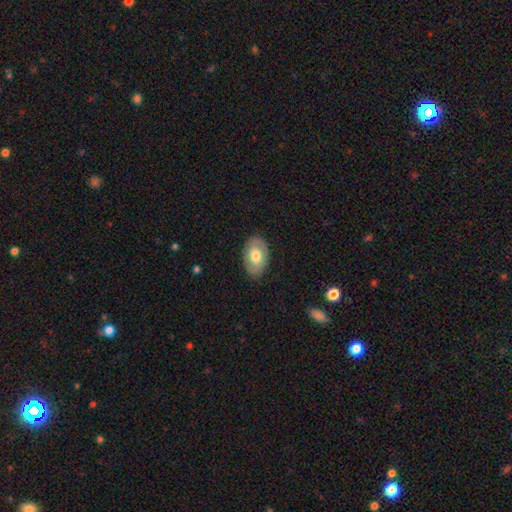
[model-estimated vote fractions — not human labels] The model was most divided on "smooth or featured": smooth: 66%, featured or disk: 28%, star or artifact: 6%. More confident: how rounded — in between (89%); merging — none (84%).